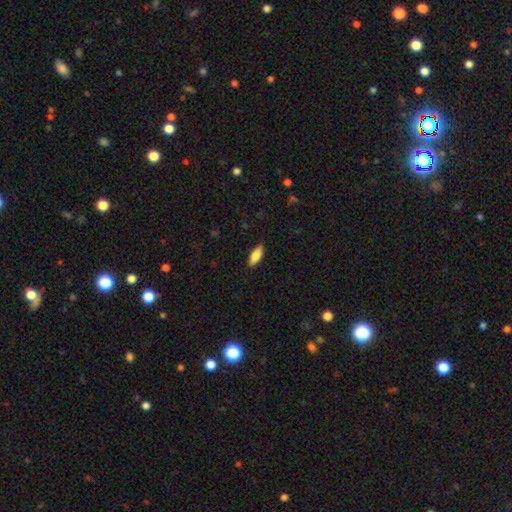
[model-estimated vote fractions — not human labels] smooth-or-featured: smooth: 82% | featured or disk: 12% | star or artifact: 6%
  how-rounded: in between: 78% | cigar-shaped: 20% | round: 2%
  merging: none: 87% | minor disturbance: 10% | major disturbance: 2% | merger: 1%